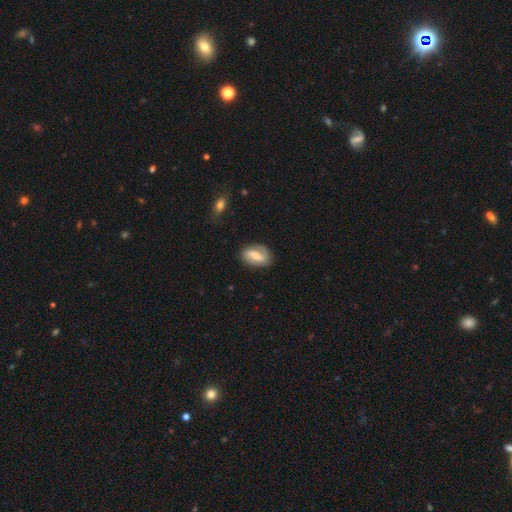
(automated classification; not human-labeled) Smooth or featured?
  - featured or disk: 53% *
  - smooth: 40%
  - star or artifact: 7%
Edge-on disk?
  - no: 94% *
  - yes: 6%
Merging?
  - none: 77% *
  - minor disturbance: 17%
  - major disturbance: 5%
  - merger: 1%